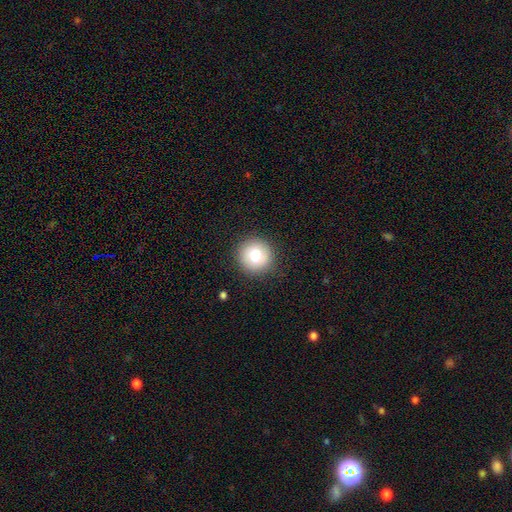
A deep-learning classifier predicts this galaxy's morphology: smooth-or-featured: smooth: 76% | featured or disk: 14% | star or artifact: 10%
  how-rounded: round: 94% | in between: 5% | cigar-shaped: 1%
  merging: none: 89% | minor disturbance: 7% | major disturbance: 3% | merger: 1%